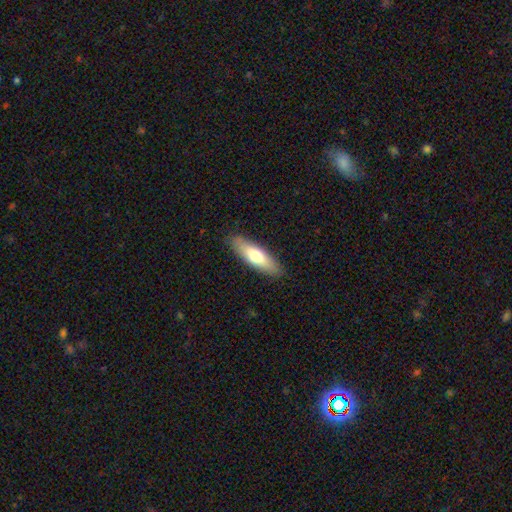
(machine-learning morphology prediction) Q: Smooth or featured?
A: smooth (65%); runner-up: featured or disk (29%)
Q: How rounded?
A: cigar-shaped (56%); runner-up: in between (42%)
Q: Merging?
A: none (88%); runner-up: minor disturbance (9%)